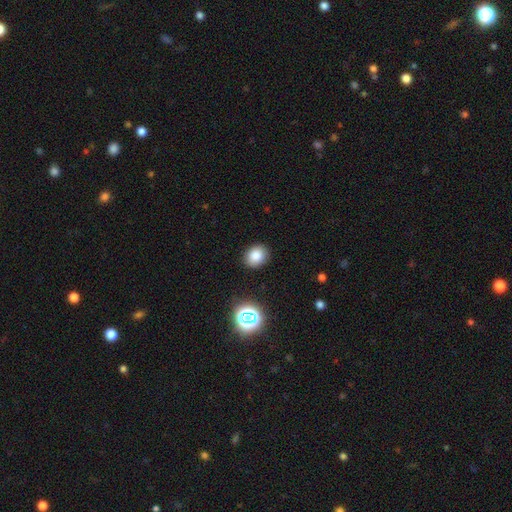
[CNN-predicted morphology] Smooth or featured? smooth (82%)
How rounded? round (58%)
Merging? none (87%)